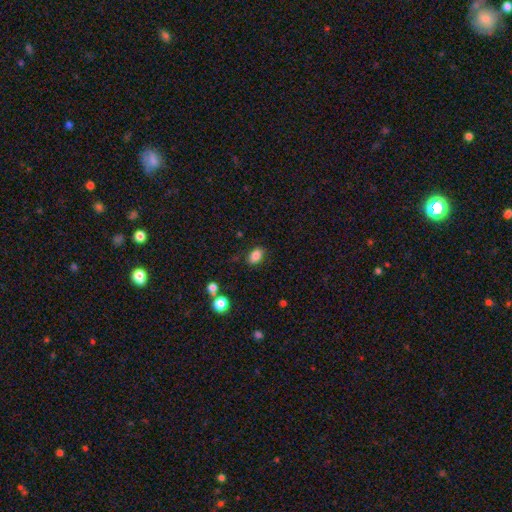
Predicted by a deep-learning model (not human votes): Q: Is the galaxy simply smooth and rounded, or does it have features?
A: smooth — 84%.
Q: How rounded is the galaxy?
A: in between — 84%.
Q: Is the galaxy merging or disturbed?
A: none — 83%.